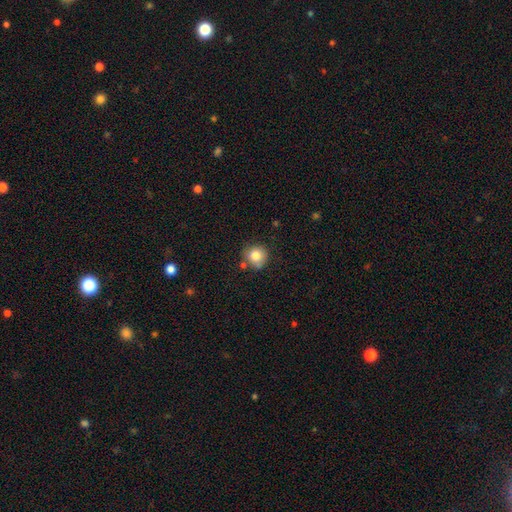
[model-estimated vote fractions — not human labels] Smooth or featured? smooth (81%)
How rounded? round (90%)
Merging? none (72%)